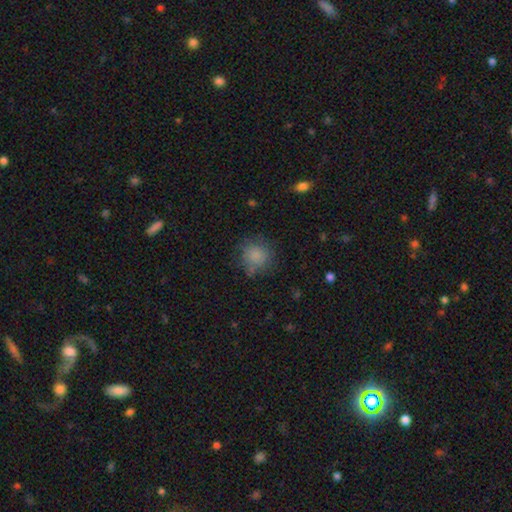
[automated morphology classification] Overall: smooth (82%). How rounded: round (88%). Merging: none (72%).